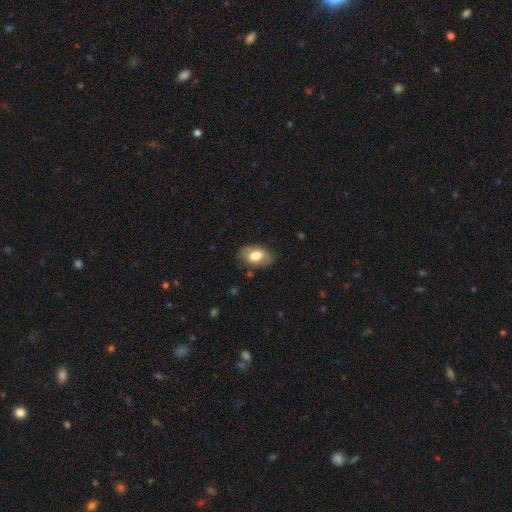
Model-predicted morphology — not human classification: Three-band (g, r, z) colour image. It shows a smooth galaxy with no disk features (69%) that is in between round and cigar-shaped (90%). Merging: none (74%).